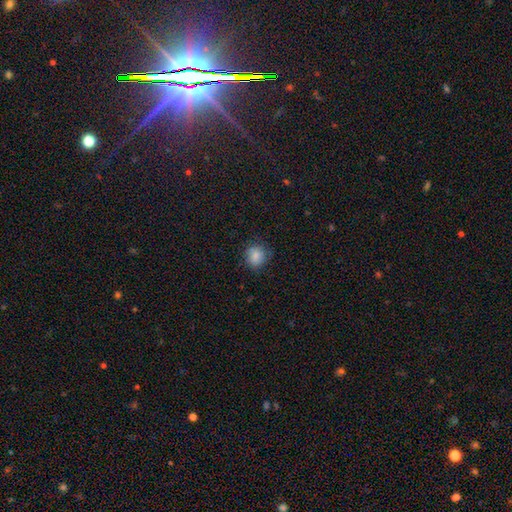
This appears to be a smooth galaxy with no disk features (85%) that is round (82%). Merging: none (75%).